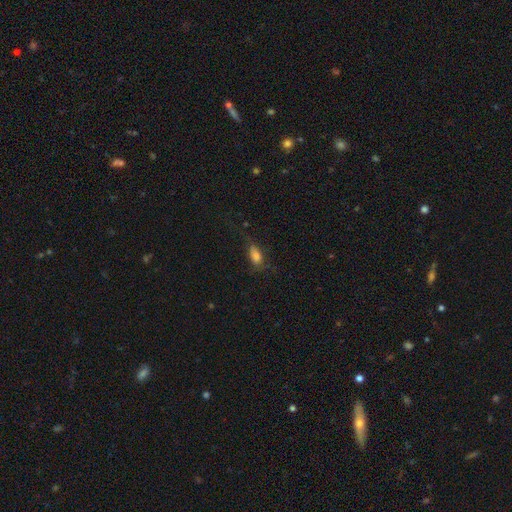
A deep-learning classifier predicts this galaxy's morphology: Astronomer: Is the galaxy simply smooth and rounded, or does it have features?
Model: smooth — 76%.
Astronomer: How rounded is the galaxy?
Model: in between — 80%.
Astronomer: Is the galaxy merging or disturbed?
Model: none — 51% (runner-up: minor disturbance, 26%).